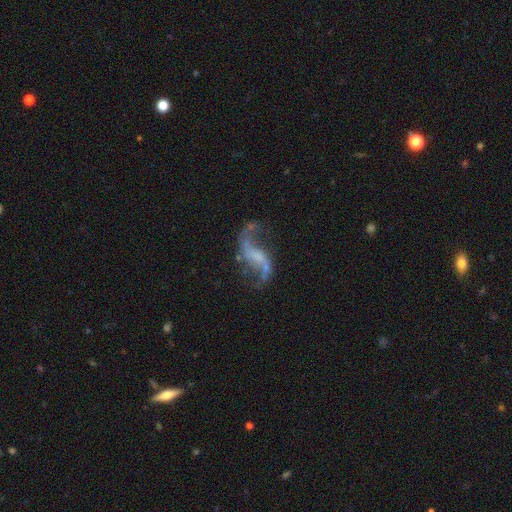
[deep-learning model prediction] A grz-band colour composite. It shows a featured or disk galaxy (89%) with a weak bar (44%), 2 (93%) loose (88%) spiral arms (96%) and no central bulge (49%). Merging: none (68%).